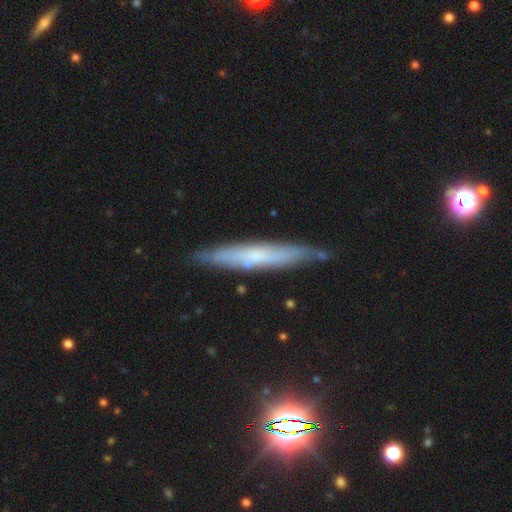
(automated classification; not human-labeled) Smooth or featured? Predicted: featured or disk (p=0.50). Merging? Predicted: none (p=0.81).